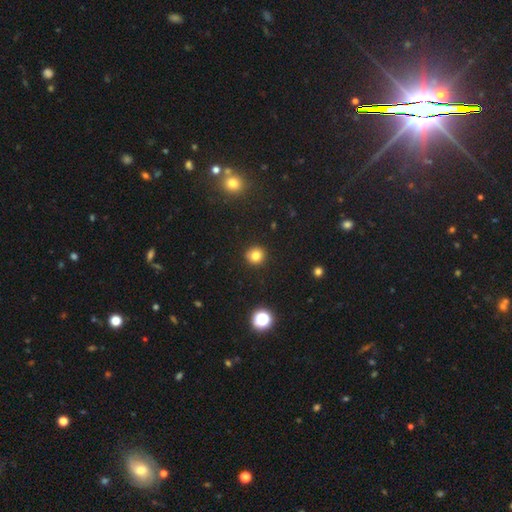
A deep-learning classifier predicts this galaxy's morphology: The model was most divided on "smooth or featured": smooth: 79%, star or artifact: 14%, featured or disk: 7%. More confident: how rounded — round (91%); merging — none (90%).